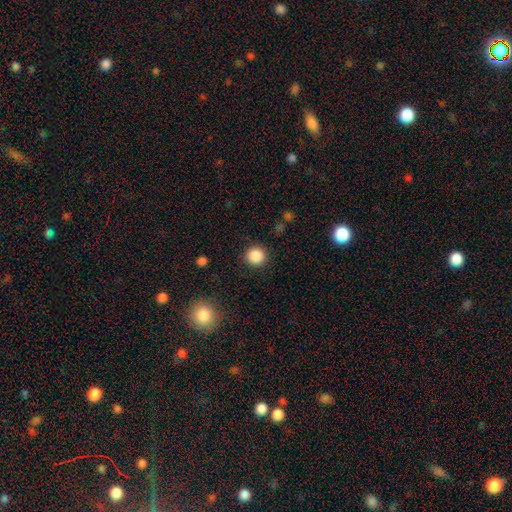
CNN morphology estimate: Smooth or featured? Predicted: smooth (p=0.86). How rounded? Predicted: round (p=0.93). Merging? Predicted: none (p=0.91).